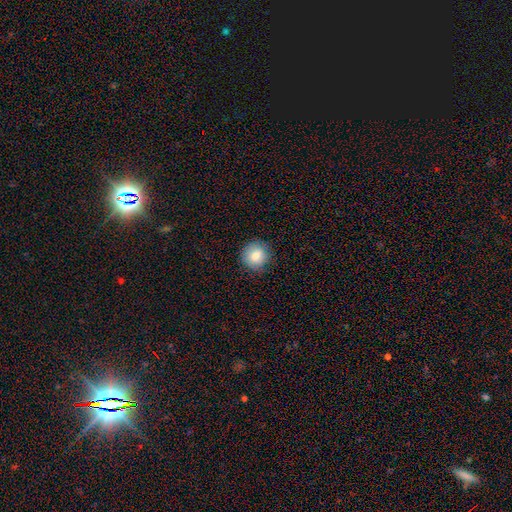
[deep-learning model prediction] Q: Smooth or featured?
A: smooth (81%); runner-up: featured or disk (10%)
Q: How rounded?
A: round (91%); runner-up: in between (8%)
Q: Merging?
A: none (88%); runner-up: minor disturbance (9%)